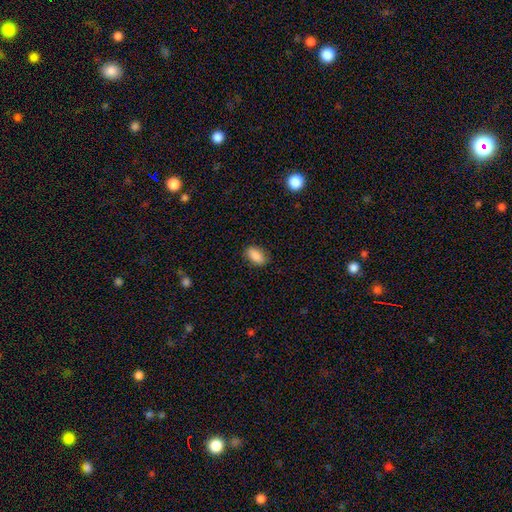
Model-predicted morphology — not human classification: Smooth or featured?
  - smooth: 87% *
  - star or artifact: 7%
  - featured or disk: 5%
How rounded?
  - in between: 89% *
  - round: 8%
  - cigar-shaped: 3%
Merging?
  - none: 83% *
  - minor disturbance: 13%
  - major disturbance: 3%
  - merger: 1%